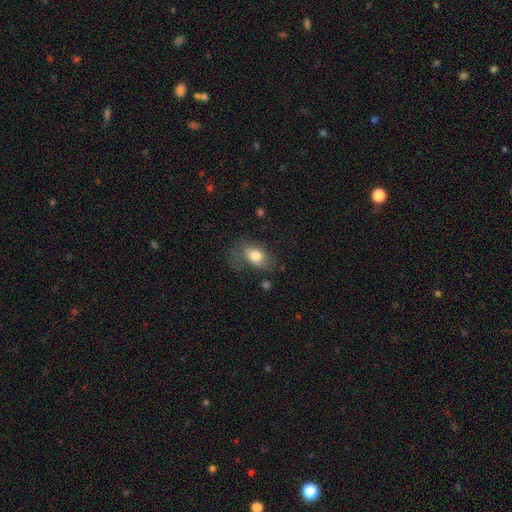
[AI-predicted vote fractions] Smooth or featured? smooth (75%)
How rounded? in between (84%)
Merging? none (46%)